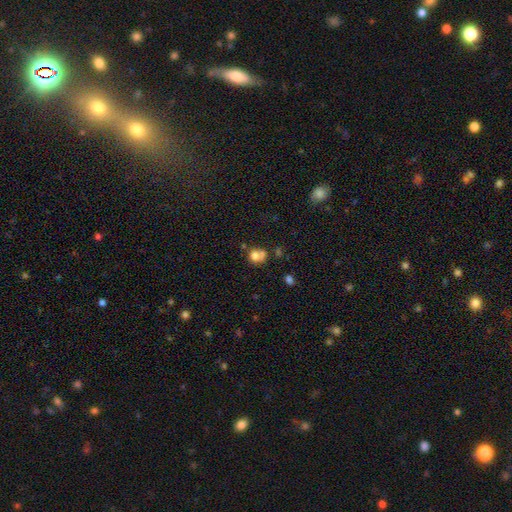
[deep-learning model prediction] Smooth or featured: smooth — 72% (featured or disk — 16%)
How rounded: round — 70% (in between — 29%)
Merging: merger — 43% (none — 36%)